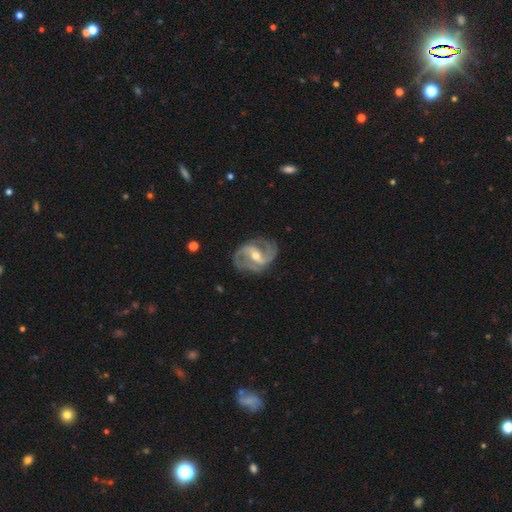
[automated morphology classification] This appears to be a featured or disk galaxy (91%) with a strong bar (42%, tied with weak), 2 (68%) medium (54%) spiral arms (97%) and a moderate central bulge (63%). Merging: none (76%).